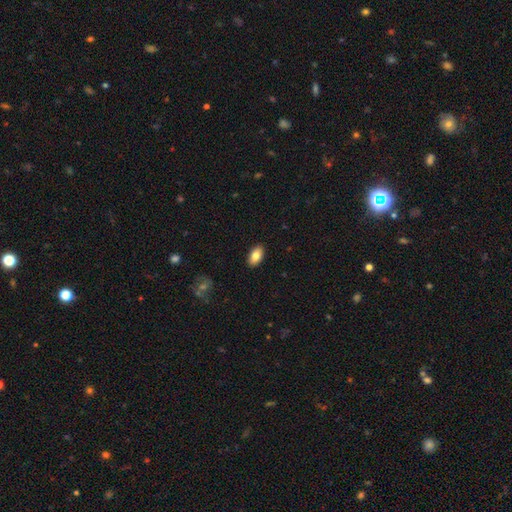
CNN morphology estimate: A smooth galaxy with no disk features (83%) that is in between round and cigar-shaped (94%).

Vote fractions:
- Smooth or featured? smooth: 83% / featured or disk: 10% / star or artifact: 7%
- How rounded? in between: 94% / round: 3% / cigar-shaped: 3%
- Merging? none: 90% / minor disturbance: 7% / major disturbance: 2% / merger: 1%